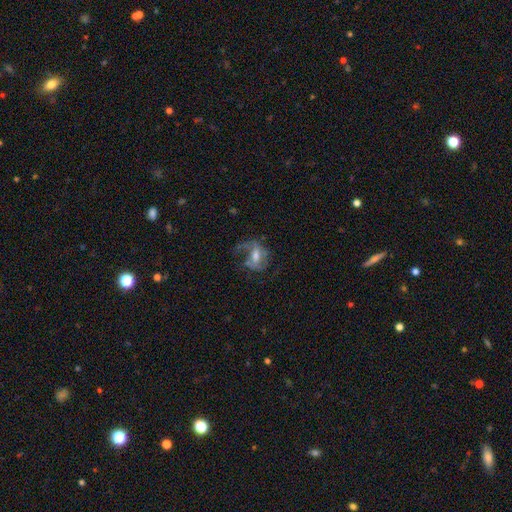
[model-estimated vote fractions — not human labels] This is likely a featured or disk galaxy (66%). It is clearly not viewed edge-on (96%). Bar: possibly weak (48%). Spiral arm pattern: likely yes (76%). Central bulge: possibly moderate (58%). Merging: marginally none (39%).